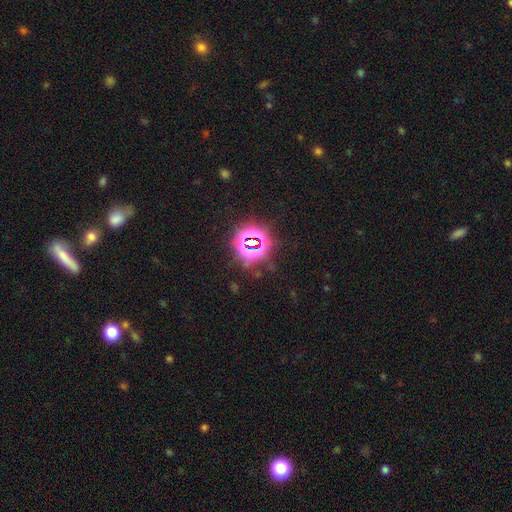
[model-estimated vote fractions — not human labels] Smooth or featured: star or artifact — 79% (smooth — 13%)